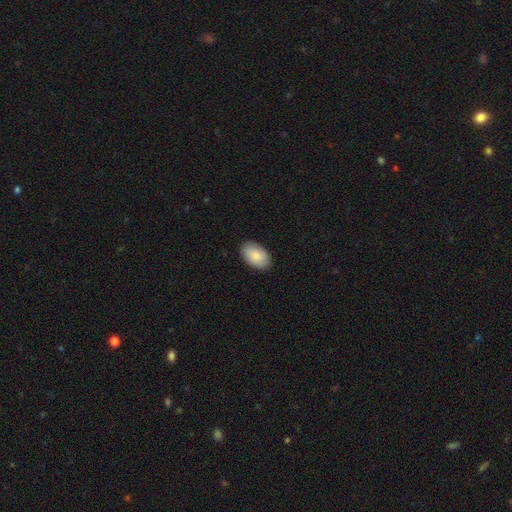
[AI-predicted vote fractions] Smooth or featured?
  - smooth: 87% *
  - featured or disk: 7%
  - star or artifact: 6%
How rounded?
  - in between: 93% *
  - round: 6%
  - cigar-shaped: 1%
Merging?
  - none: 88% *
  - minor disturbance: 9%
  - major disturbance: 2%
  - merger: 1%